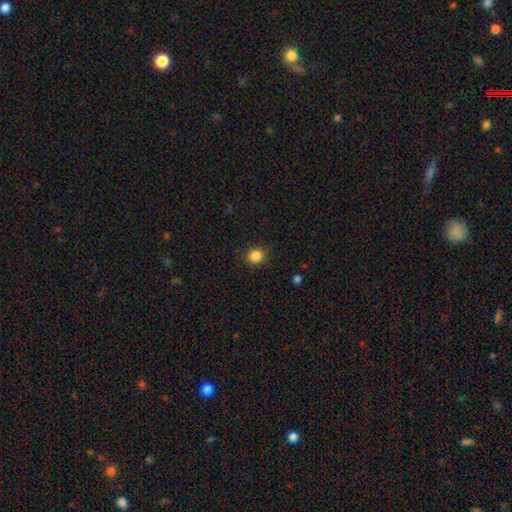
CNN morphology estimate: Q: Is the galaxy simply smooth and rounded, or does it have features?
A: smooth — 86%.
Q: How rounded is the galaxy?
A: round — 84%.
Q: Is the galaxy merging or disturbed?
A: none — 89%.